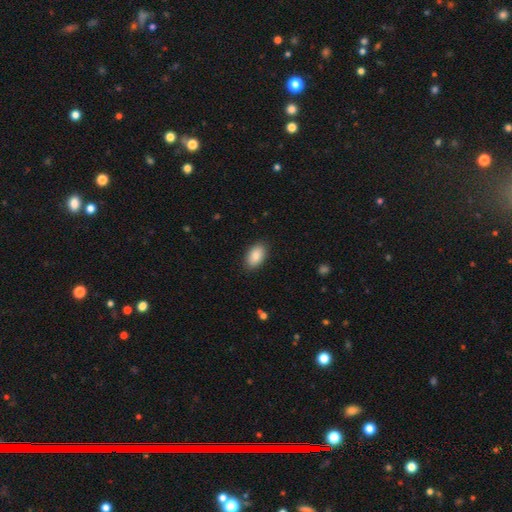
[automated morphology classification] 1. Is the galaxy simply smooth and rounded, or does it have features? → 87% smooth, 6% featured or disk, 6% star or artifact.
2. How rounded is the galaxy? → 93% in between, 5% round, 2% cigar-shaped.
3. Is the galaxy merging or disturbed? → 87% none, 10% minor disturbance, 2% major disturbance, 1% merger.